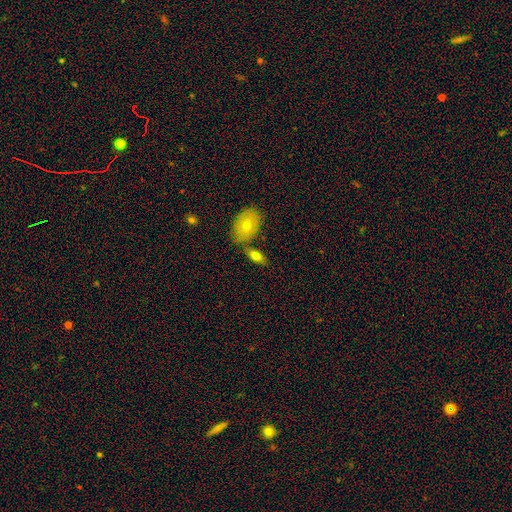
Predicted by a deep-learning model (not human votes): Smooth or featured? Predicted: smooth (p=0.72). How rounded? Predicted: in between (p=0.86). Merging? Predicted: none (p=0.62).